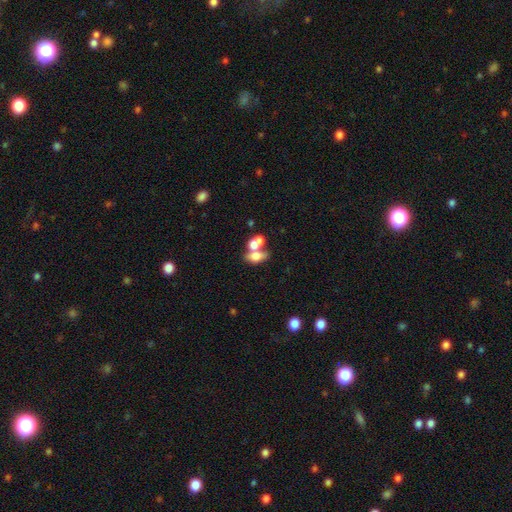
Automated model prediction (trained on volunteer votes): Overall: smooth (63%; featured or disk 26%). How rounded: in between (76%). Merging: merger (61%; none 24%).